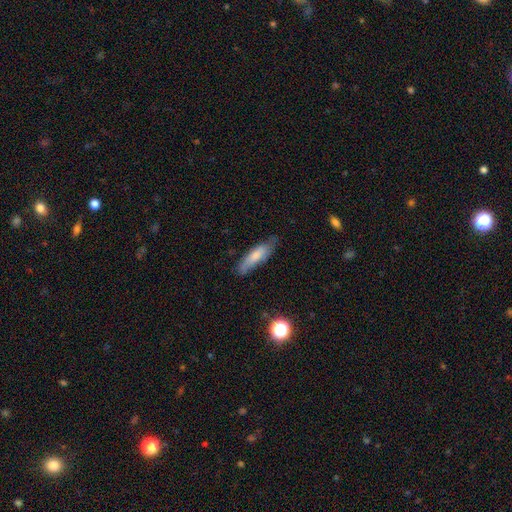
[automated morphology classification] Smooth or featured? smooth (70%)
How rounded? cigar-shaped (64%)
Merging? none (71%)